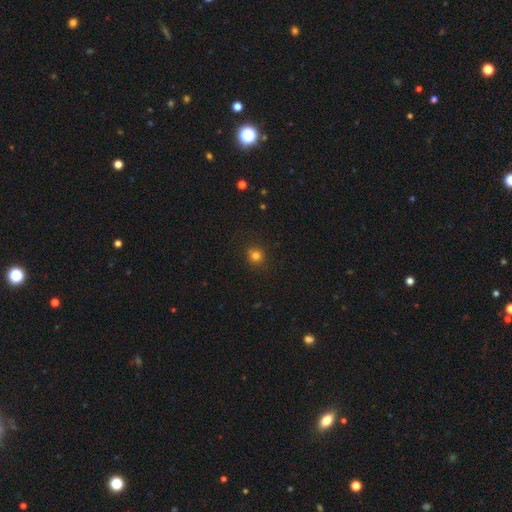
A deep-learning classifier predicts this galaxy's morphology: This is likely a smooth galaxy (79%). How rounded: clearly round (86%). Merging: clearly none (87%).